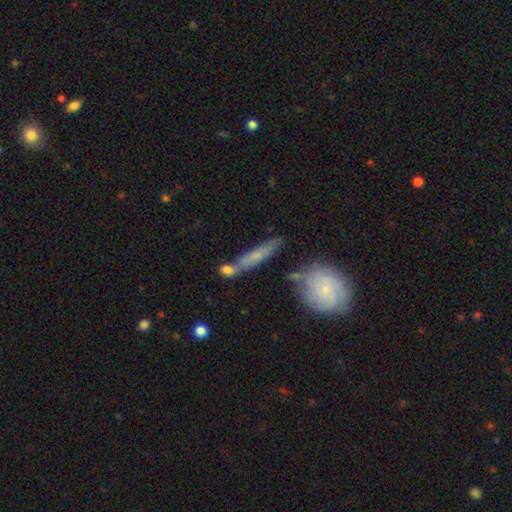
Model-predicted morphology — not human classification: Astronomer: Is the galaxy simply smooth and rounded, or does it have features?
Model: smooth — 50% (runner-up: featured or disk, 42%).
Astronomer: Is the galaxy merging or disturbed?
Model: none — 58%.